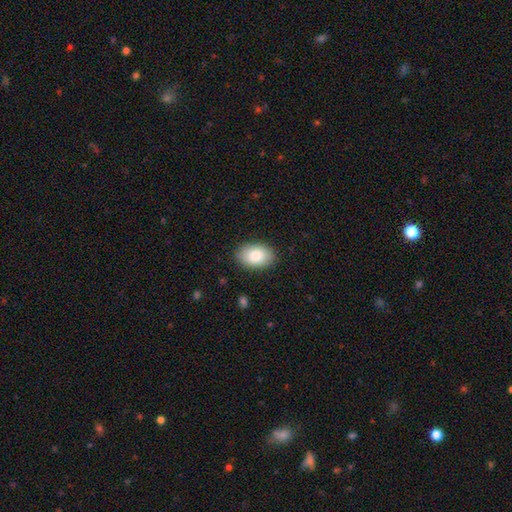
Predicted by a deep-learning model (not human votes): This is clearly a smooth galaxy (85%). How rounded: clearly in between (89%). Merging: clearly none (88%).